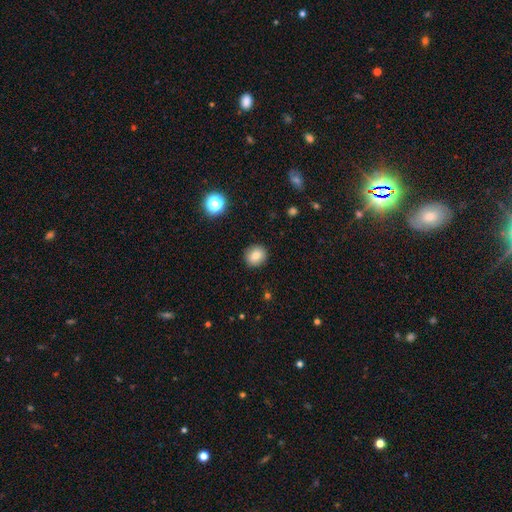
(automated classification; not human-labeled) Smooth or featured: smooth — 82% (star or artifact — 10%)
How rounded: round — 86% (in between — 13%)
Merging: none — 91% (minor disturbance — 6%)